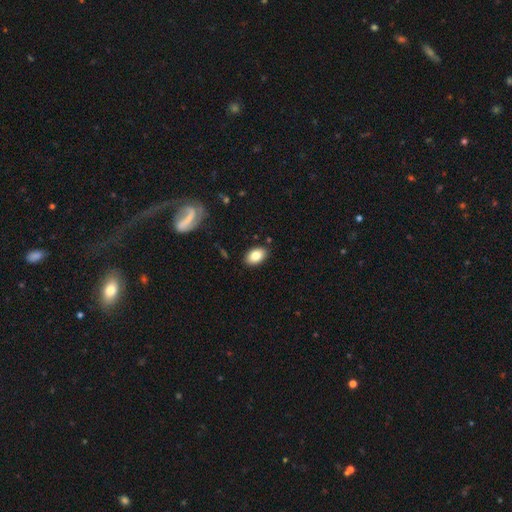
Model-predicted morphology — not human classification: A smooth galaxy with no disk features (82%) that is in between round and cigar-shaped (88%).

Vote fractions:
- Smooth or featured? smooth: 82% / featured or disk: 11% / star or artifact: 8%
- How rounded? in between: 88% / round: 11% / cigar-shaped: 1%
- Merging? none: 87% / minor disturbance: 9% / major disturbance: 2% / merger: 1%